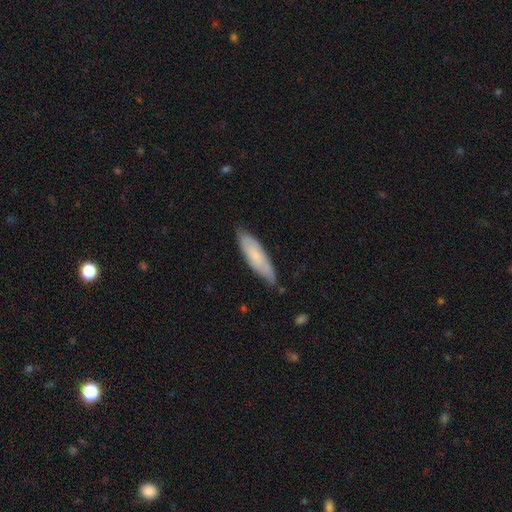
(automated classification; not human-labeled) A smooth galaxy with no disk features (66%) that is cigar-shaped (61%).

Vote fractions:
- Smooth or featured? smooth: 66% / featured or disk: 28% / star or artifact: 6%
- How rounded? cigar-shaped: 61% / in between: 37% / round: 1%
- Merging? none: 74% / minor disturbance: 21% / major disturbance: 3% / merger: 2%